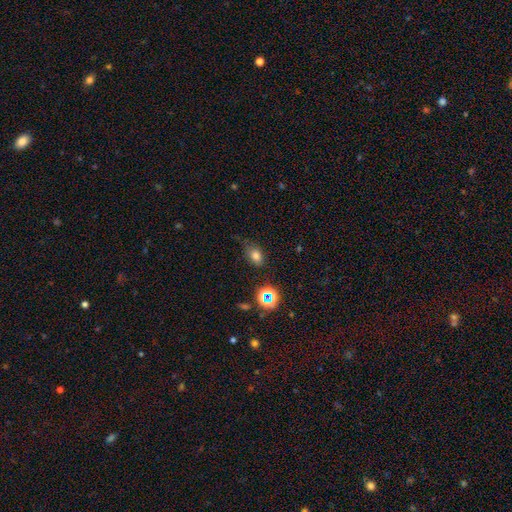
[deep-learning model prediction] smooth-or-featured: smooth: 73% | star or artifact: 18% | featured or disk: 9%
  how-rounded: in between: 71% | round: 27% | cigar-shaped: 2%
  merging: none: 62% | minor disturbance: 26% | major disturbance: 9% | merger: 3%